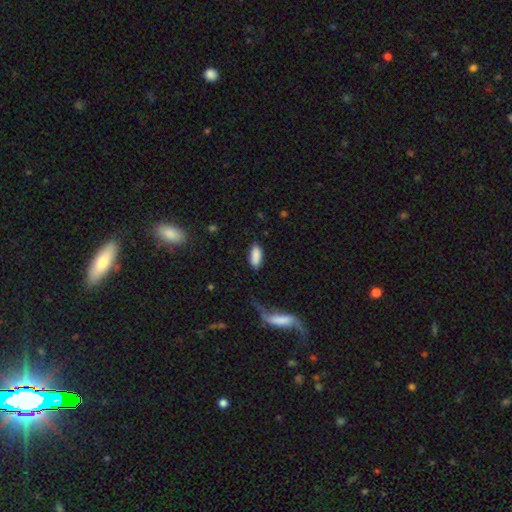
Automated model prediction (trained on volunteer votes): smooth-or-featured: smooth: 88% | star or artifact: 6% | featured or disk: 6%
  how-rounded: in between: 84% | cigar-shaped: 14% | round: 2%
  merging: none: 76% | minor disturbance: 15% | major disturbance: 6% | merger: 4%